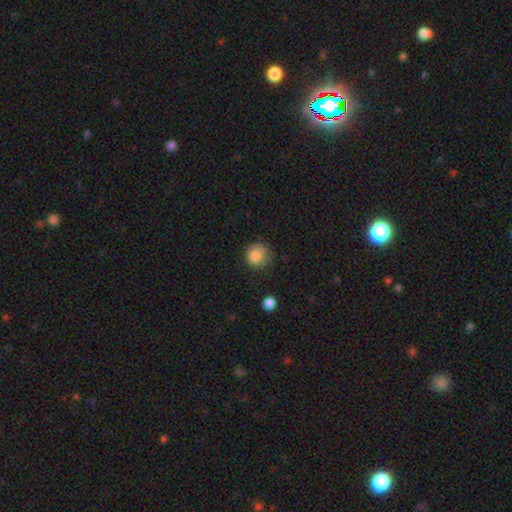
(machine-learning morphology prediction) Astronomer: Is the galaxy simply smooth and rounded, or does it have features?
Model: smooth — 85%.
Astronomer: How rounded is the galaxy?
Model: round — 91%.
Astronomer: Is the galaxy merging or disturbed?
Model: none — 74%.